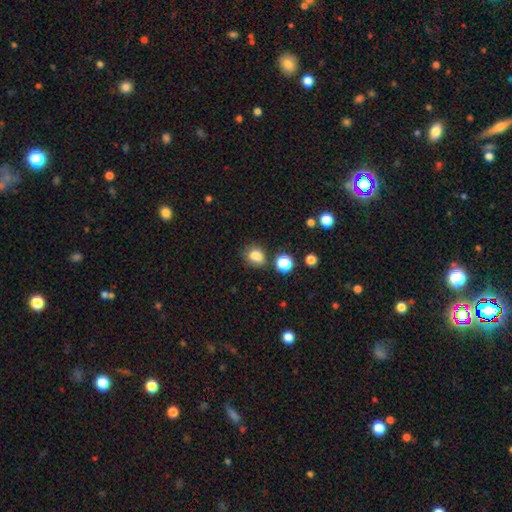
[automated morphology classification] smooth-or-featured: smooth: 81% | star or artifact: 13% | featured or disk: 6%
  how-rounded: round: 56% | in between: 43% | cigar-shaped: 1%
  merging: none: 64% | minor disturbance: 19% | merger: 10% | major disturbance: 6%